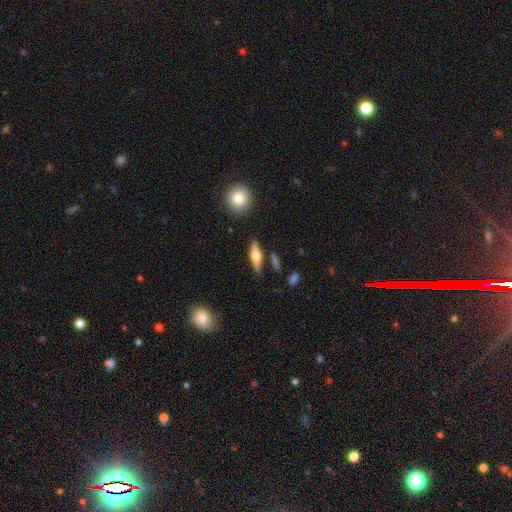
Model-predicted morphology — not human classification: Smooth or featured? featured or disk (56%)
Edge-on disk? yes (94%)
Edge-on bulge? rounded (92%)
Merging? none (82%)